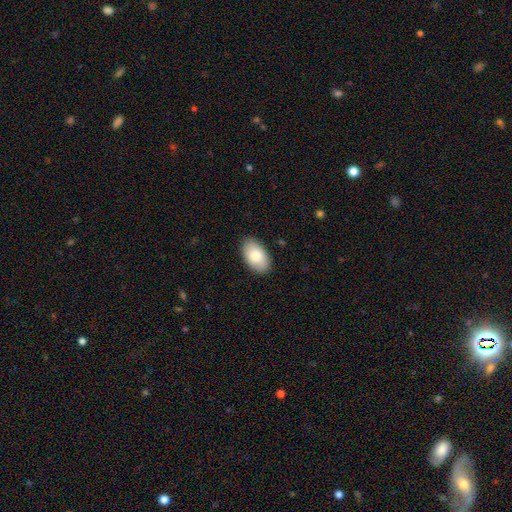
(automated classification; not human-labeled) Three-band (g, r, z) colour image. It shows a smooth galaxy with no disk features (82%) that is in between round and cigar-shaped (94%). Merging: none (88%).